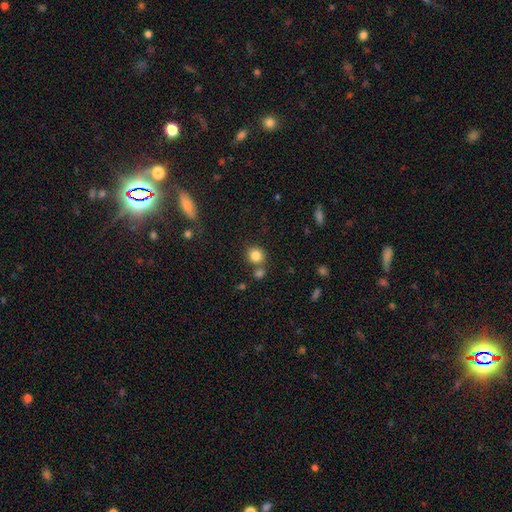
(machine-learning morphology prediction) The model was most divided on "merging": none: 69%, merger: 18%, minor disturbance: 9%, major disturbance: 3%. More confident: how rounded — round (87%); smooth or featured — smooth (83%).